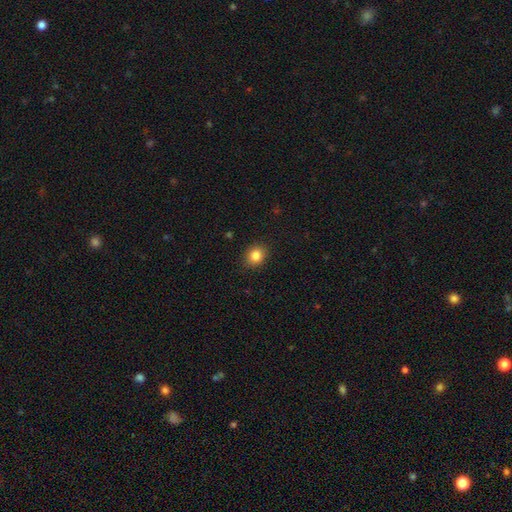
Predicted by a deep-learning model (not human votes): Morphology: type=smooth (84%); roundness=round (65%); merging=none (90%).